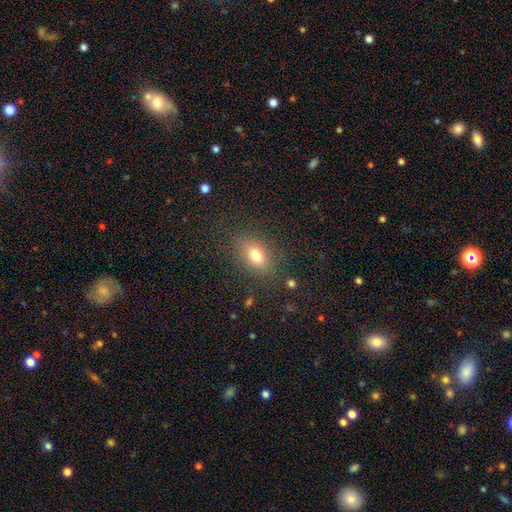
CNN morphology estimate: Overall: smooth (75%). How rounded: in between (77%). Merging: none (81%).